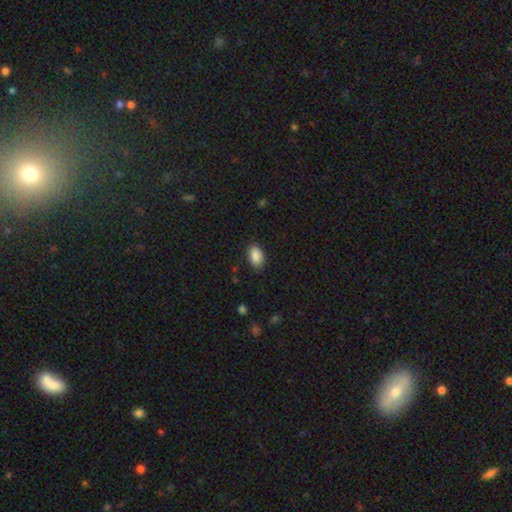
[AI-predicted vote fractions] The model was most divided on "merging": none: 85%, minor disturbance: 11%, major disturbance: 3%, merger: 1%. More confident: how rounded — in between (92%); smooth or featured — smooth (89%).